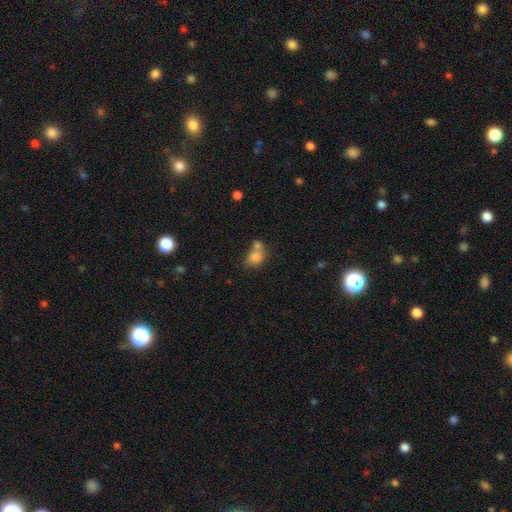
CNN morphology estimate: Smooth or featured?
  - smooth: 79% *
  - featured or disk: 11%
  - star or artifact: 10%
How rounded?
  - in between: 54% *
  - round: 45%
  - cigar-shaped: 1%
Merging?
  - merger: 49% *
  - none: 33%
  - minor disturbance: 12%
  - major disturbance: 6%